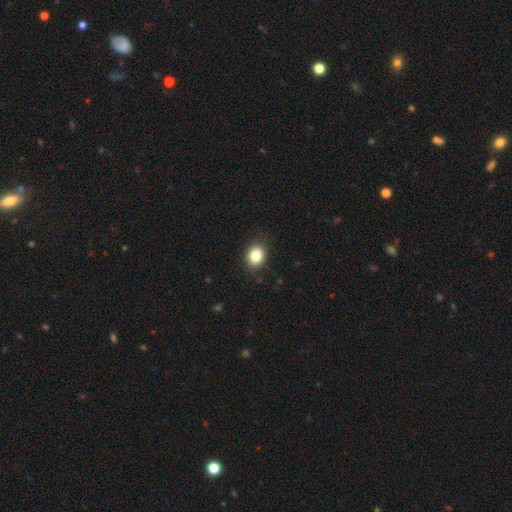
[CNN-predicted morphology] smooth-or-featured: smooth: 85% | star or artifact: 10% | featured or disk: 6%
  how-rounded: in between: 52% | round: 47% | cigar-shaped: 1%
  merging: none: 86% | minor disturbance: 10% | major disturbance: 3% | merger: 1%